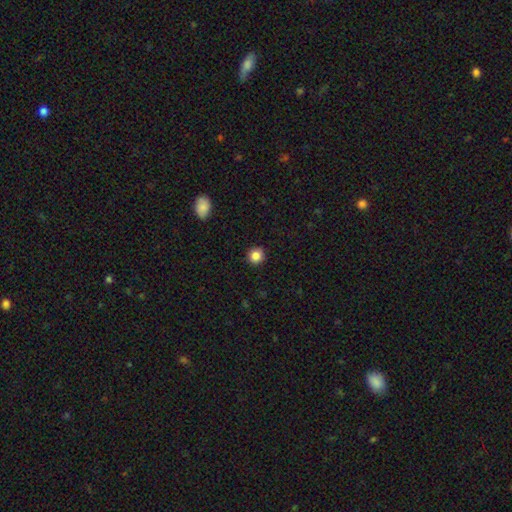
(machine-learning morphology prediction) This is clearly a smooth galaxy (86%). How rounded: clearly round (92%). Merging: clearly none (92%).